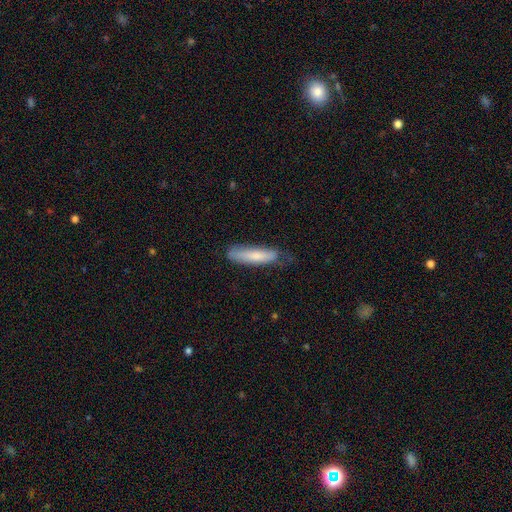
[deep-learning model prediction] Smooth or featured? Predicted: smooth (p=0.73). How rounded? Predicted: cigar-shaped (p=0.79). Merging? Predicted: none (p=0.64).